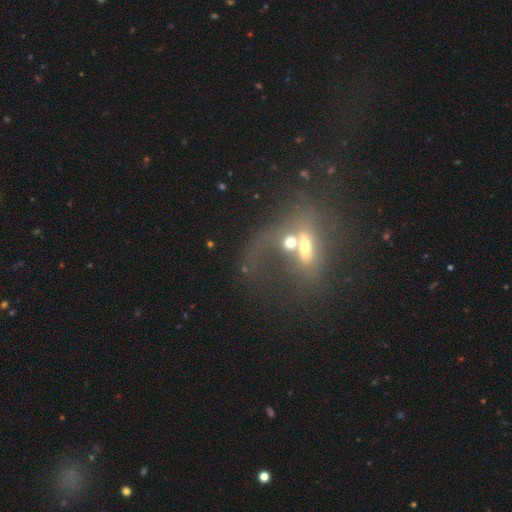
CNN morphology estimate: Q: Smooth or featured?
A: featured or disk (45%); runner-up: smooth (34%)
Q: Merging?
A: merger (59%); runner-up: major disturbance (19%)